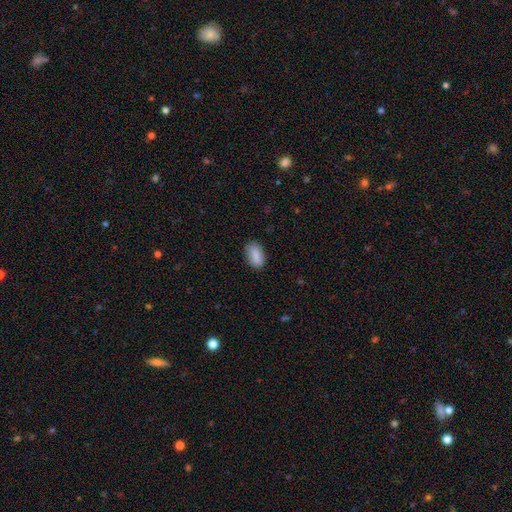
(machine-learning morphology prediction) A smooth galaxy with no disk features (87%) that is in between round and cigar-shaped (92%). Merging: none (84%).